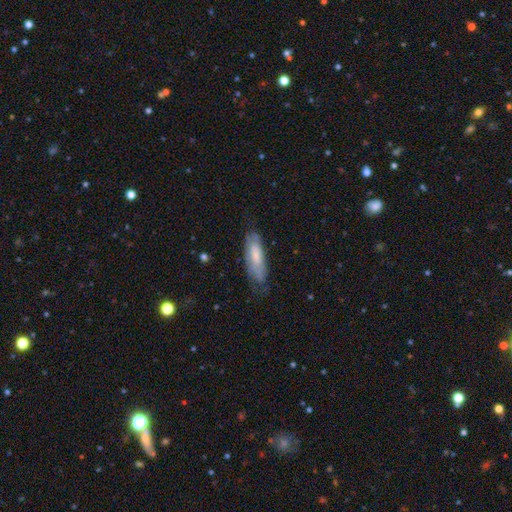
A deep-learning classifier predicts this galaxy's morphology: Smooth or featured: smooth — 61% (featured or disk — 33%)
How rounded: in between — 51% (cigar-shaped — 47%)
Merging: none — 62% (minor disturbance — 27%)